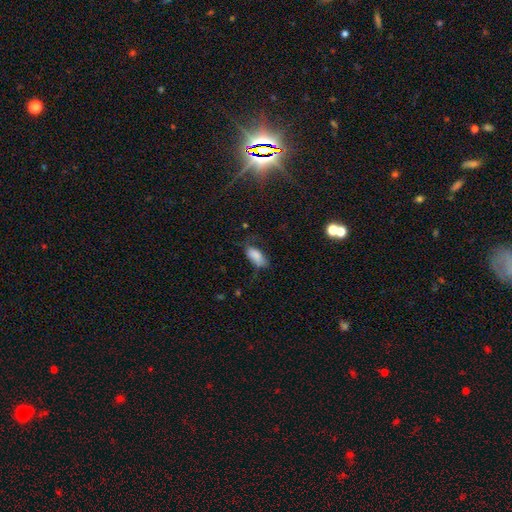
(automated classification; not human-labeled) A smooth galaxy with no disk features (80%) that is in between round and cigar-shaped (90%).

Vote fractions:
- Smooth or featured? smooth: 80% / featured or disk: 10% / star or artifact: 9%
- How rounded? in between: 90% / cigar-shaped: 7% / round: 3%
- Merging? none: 44% / minor disturbance: 33% / major disturbance: 20% / merger: 3%